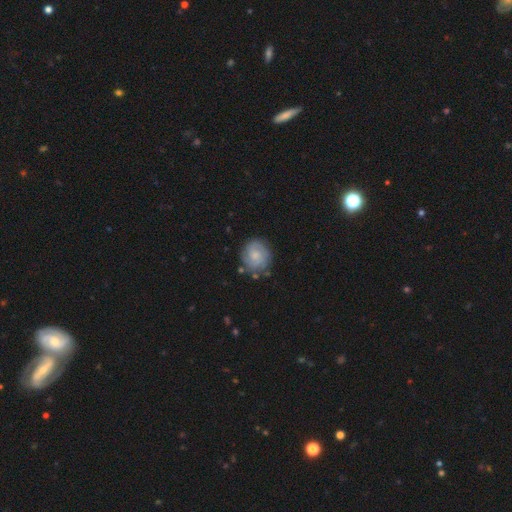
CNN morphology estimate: Q: Smooth or featured?
A: featured or disk (62%); runner-up: smooth (31%)
Q: Edge-on disk?
A: no (98%); runner-up: yes (2%)
Q: Bar?
A: no (68%); runner-up: weak (29%)
Q: Spiral arms?
A: yes (91%); runner-up: no (9%)
Q: Spiral winding?
A: tight (58%); runner-up: medium (32%)
Q: Spiral arm count?
A: 2 (48%); runner-up: can't tell (25%)
Q: Bulge size?
A: small (44%); runner-up: moderate (38%)
Q: Merging?
A: none (76%); runner-up: minor disturbance (16%)